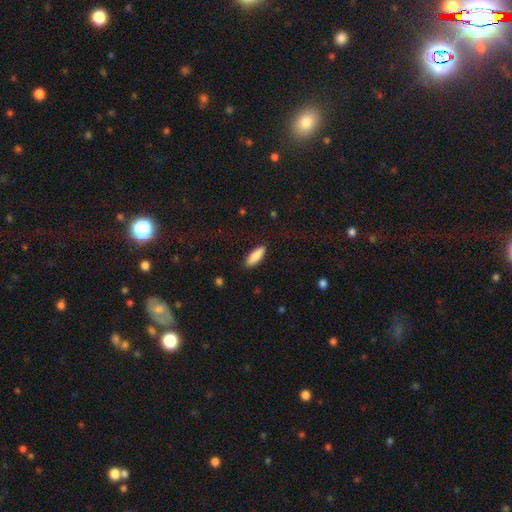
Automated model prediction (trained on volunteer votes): Smooth or featured?
  - smooth: 88% *
  - featured or disk: 7%
  - star or artifact: 6%
How rounded?
  - in between: 59% *
  - cigar-shaped: 39%
  - round: 2%
Merging?
  - none: 89% *
  - minor disturbance: 8%
  - major disturbance: 2%
  - merger: 1%